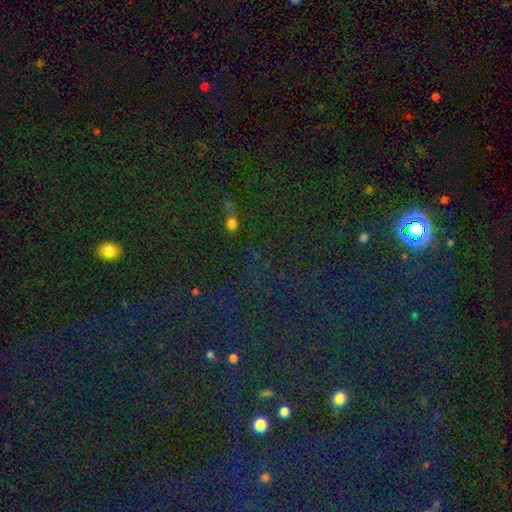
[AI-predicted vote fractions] Smooth or featured?
  - star or artifact: 79% *
  - smooth: 12%
  - featured or disk: 8%